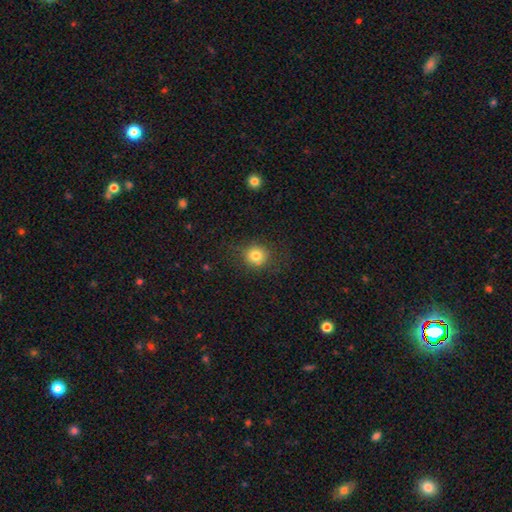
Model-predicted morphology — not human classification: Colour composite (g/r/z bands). It shows a smooth galaxy with no disk features (80%) that is round (87%). Merging: none (82%).